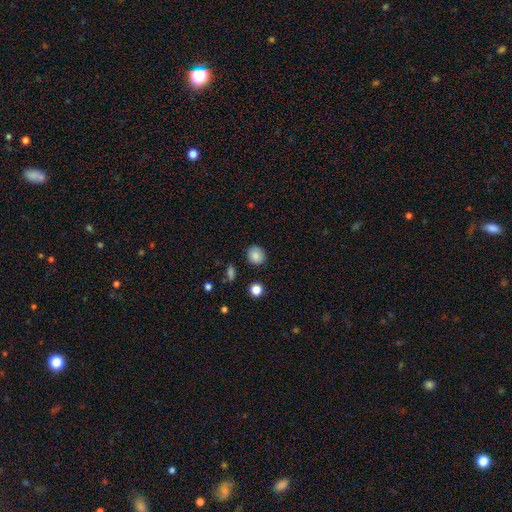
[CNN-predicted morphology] This appears to be a smooth galaxy with no disk features (86%) that is round (79%). Merging: none (86%).